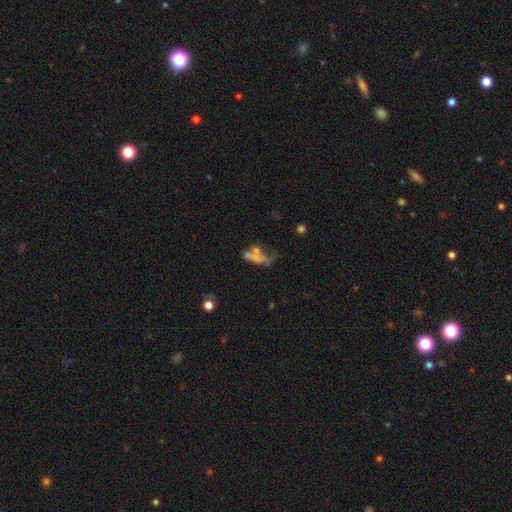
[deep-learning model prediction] smooth_or_featured: smooth (p=0.50) [alt: featured or disk p=0.35]
merging: merger (p=0.31) [alt: major disturbance p=0.29]